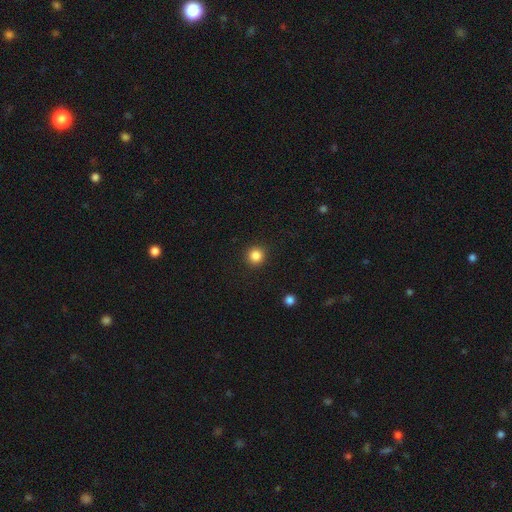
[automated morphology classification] smooth 85%, star or artifact 11%, featured or disk 4%. Down the decision tree: how rounded — round (94%); merging — none (92%).